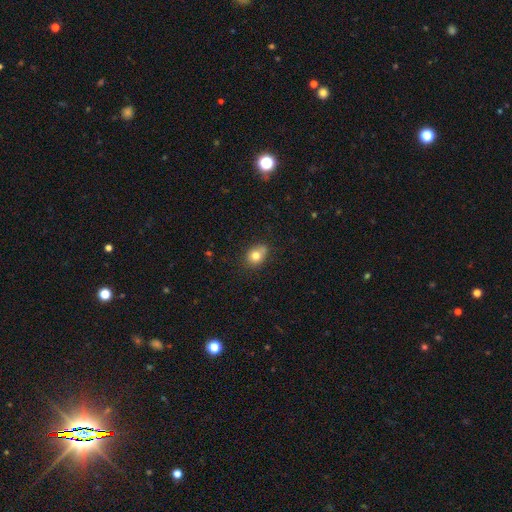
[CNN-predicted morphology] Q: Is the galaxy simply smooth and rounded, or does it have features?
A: smooth — 78%.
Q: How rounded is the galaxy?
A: round — 54%.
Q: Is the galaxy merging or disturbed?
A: none — 65%.